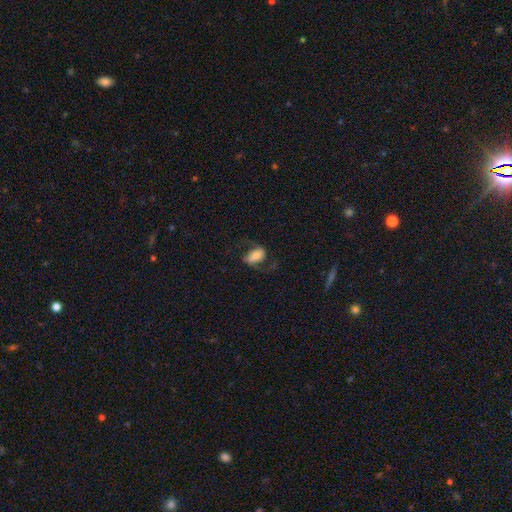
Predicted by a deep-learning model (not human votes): smooth-or-featured: smooth: 47% | featured or disk: 45% | star or artifact: 9%
  merging: none: 60% | major disturbance: 20% | minor disturbance: 18% | merger: 2%